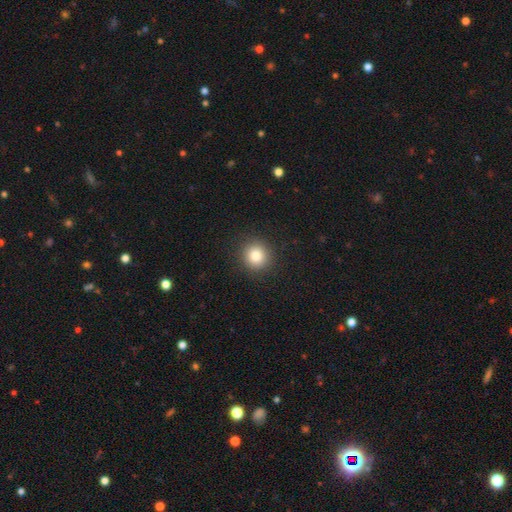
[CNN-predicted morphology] smooth-or-featured: smooth: 83% | star or artifact: 11% | featured or disk: 6%
  how-rounded: round: 90% | in between: 9% | cigar-shaped: 1%
  merging: none: 91% | minor disturbance: 6% | major disturbance: 2% | merger: 1%